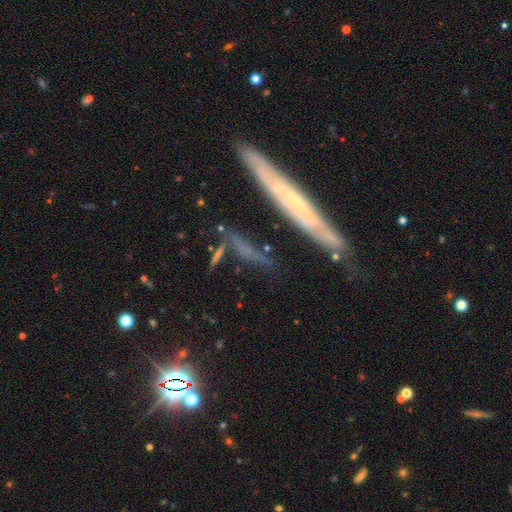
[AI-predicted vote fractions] A featured or disk galaxy (55%) viewed edge-on (74%).

Vote fractions:
- Smooth or featured? featured or disk: 55% / smooth: 32% / star or artifact: 13%
- Edge-on disk? yes: 74% / no: 26%
- Merging? none: 71% / minor disturbance: 17% / major disturbance: 6% / merger: 5%